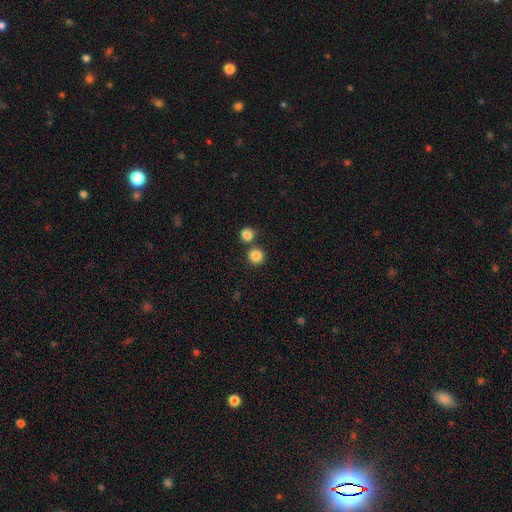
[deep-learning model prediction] A smooth galaxy with no disk features (84%) that is round (93%). Merging: none (71%).